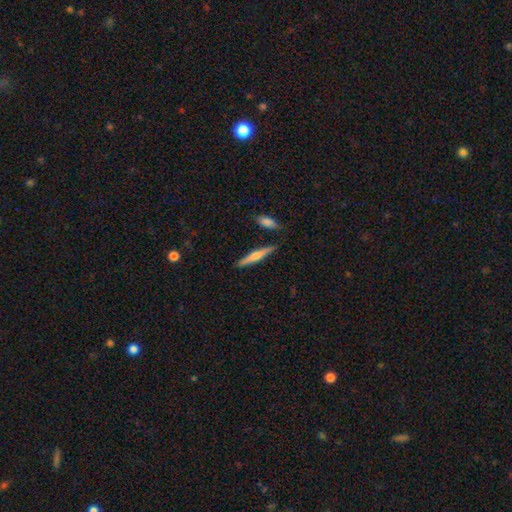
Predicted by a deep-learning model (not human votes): smooth-or-featured: featured or disk: 51% | smooth: 43% | star or artifact: 6%
  disk-edge-on: yes: 97% | no: 3%
  merging: none: 86% | minor disturbance: 8% | merger: 4% | major disturbance: 2%